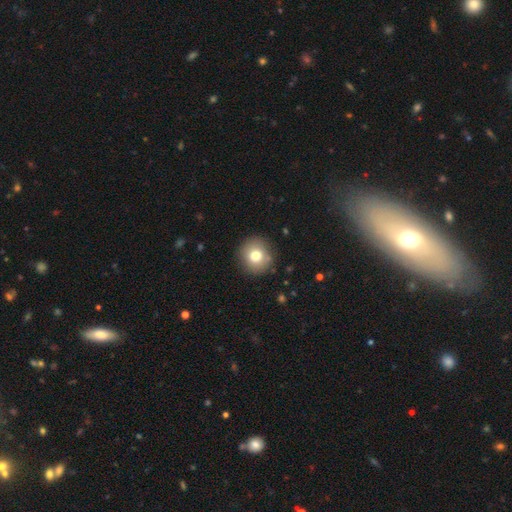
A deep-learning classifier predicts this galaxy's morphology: This appears to be a smooth galaxy with no disk features (77%) that is round (91%). Merging: none (88%).